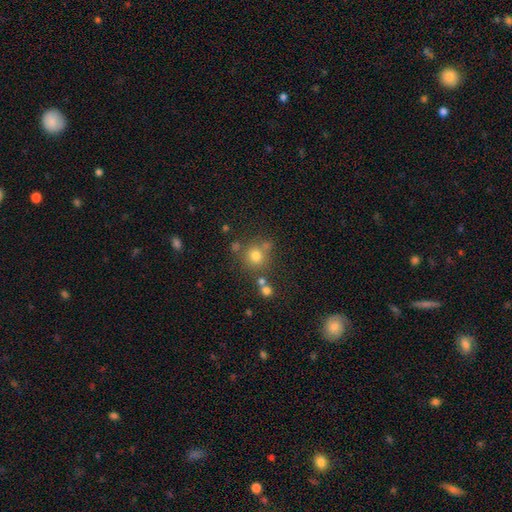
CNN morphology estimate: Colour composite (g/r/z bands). It shows a smooth galaxy with no disk features (73%) that is round (88%). Merging: none (66%).